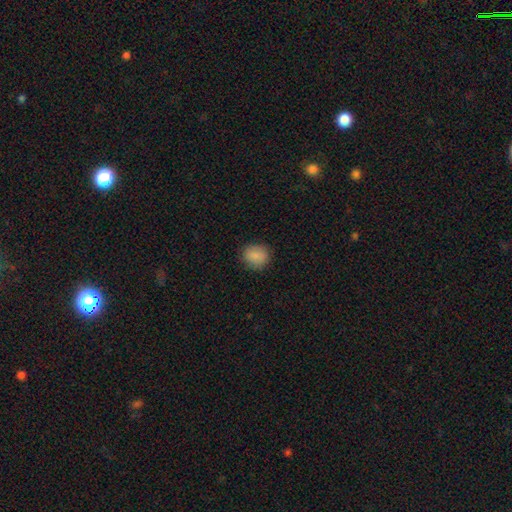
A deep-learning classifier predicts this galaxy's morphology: Smooth or featured? Predicted: smooth (p=0.87). How rounded? Predicted: round (p=0.76). Merging? Predicted: none (p=0.86).